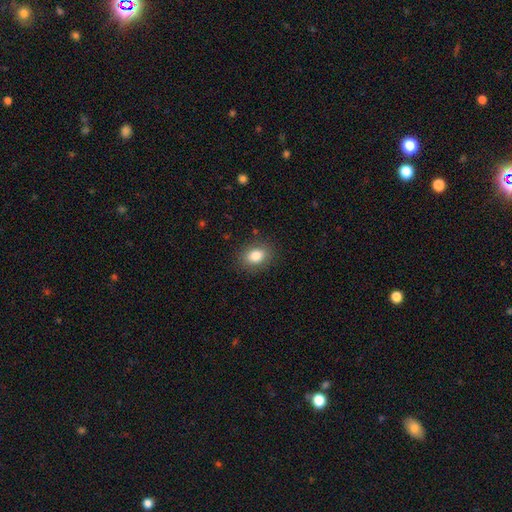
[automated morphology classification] Q: Smooth or featured?
A: smooth (83%); runner-up: star or artifact (9%)
Q: How rounded?
A: in between (66%); runner-up: round (33%)
Q: Merging?
A: none (86%); runner-up: minor disturbance (10%)